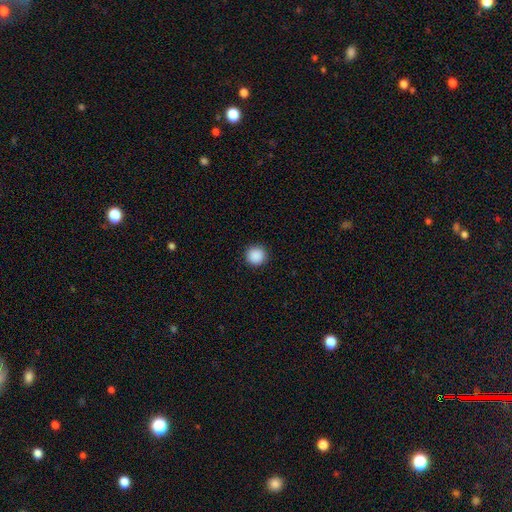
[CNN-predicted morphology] type=smooth (90%); roundness=round (95%); merging=none (93%).